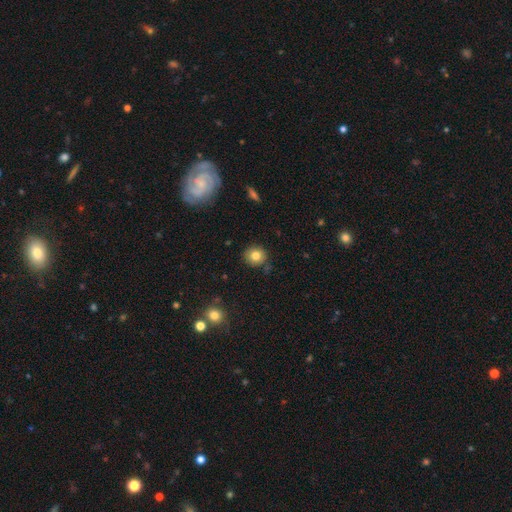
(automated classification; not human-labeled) Q: Smooth or featured?
A: smooth (80%); runner-up: star or artifact (11%)
Q: How rounded?
A: round (88%); runner-up: in between (11%)
Q: Merging?
A: none (85%); runner-up: minor disturbance (10%)